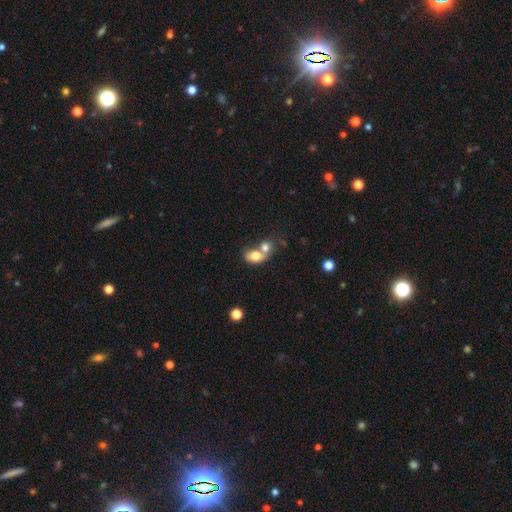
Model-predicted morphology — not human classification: Smooth or featured? Predicted: smooth (p=0.74). How rounded? Predicted: in between (p=0.68). Merging? Predicted: merger (p=0.69).